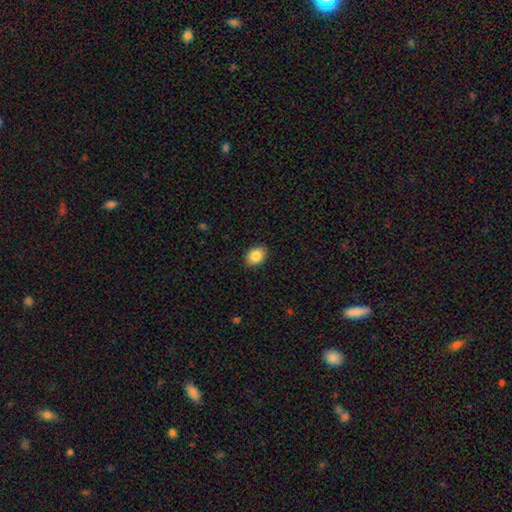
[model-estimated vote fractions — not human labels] A smooth galaxy with no disk features (86%) that is in between round and cigar-shaped (71%).

Vote fractions:
- Smooth or featured? smooth: 86% / star or artifact: 8% / featured or disk: 6%
- How rounded? in between: 71% / round: 28% / cigar-shaped: 1%
- Merging? none: 88% / minor disturbance: 9% / major disturbance: 2% / merger: 1%